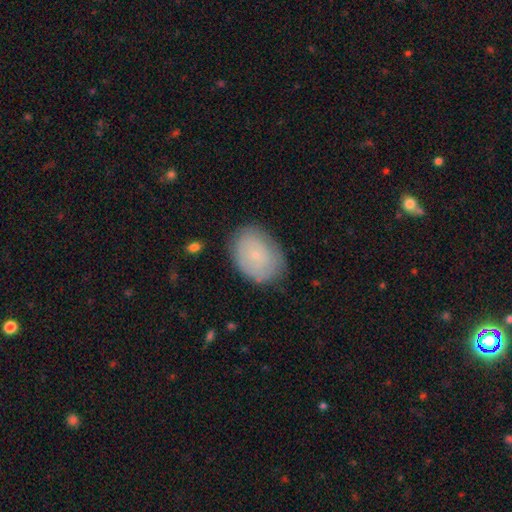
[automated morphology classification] type=smooth (66%); roundness=in between (75%); merging=none (76%).